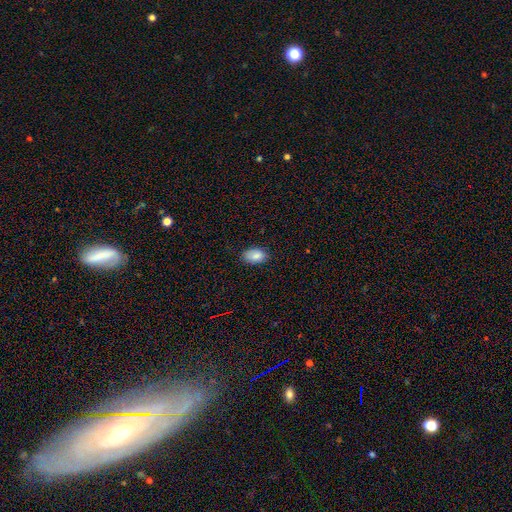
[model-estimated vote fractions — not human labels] A smooth galaxy with no disk features (86%) that is in between round and cigar-shaped (89%). Merging: none (79%).